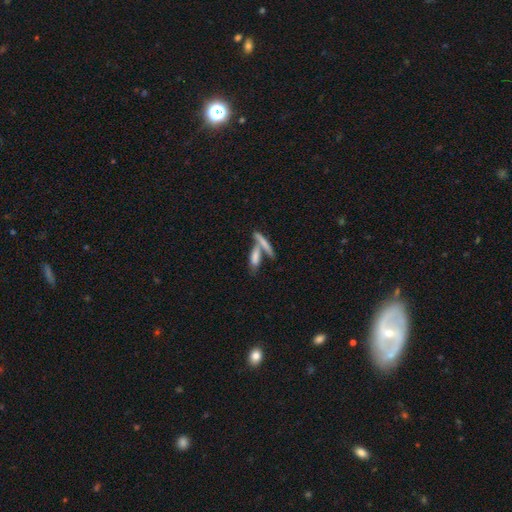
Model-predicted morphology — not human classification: smooth-or-featured: smooth: 62% | featured or disk: 27% | star or artifact: 11%
  how-rounded: cigar-shaped: 67% | in between: 29% | round: 4%
  merging: merger: 46% | none: 42% | minor disturbance: 8% | major disturbance: 5%